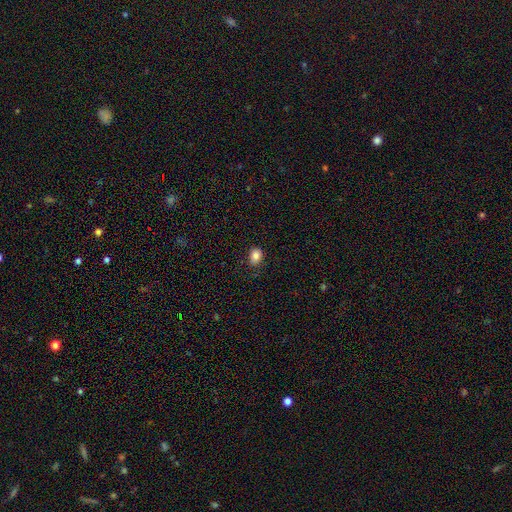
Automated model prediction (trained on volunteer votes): Morphology: type=smooth (84%); roundness=in between (61%); merging=none (82%).